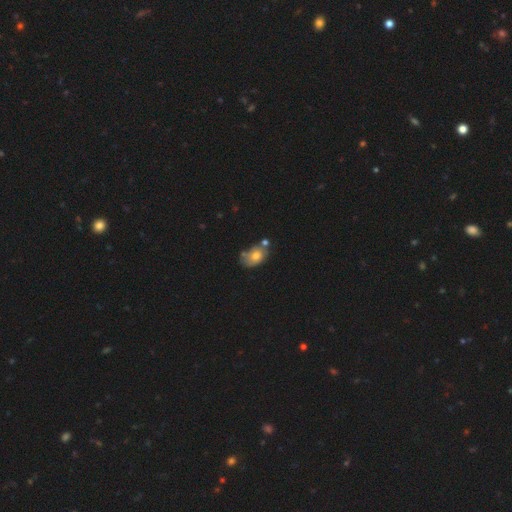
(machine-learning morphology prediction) smooth-or-featured: smooth: 68% | featured or disk: 23% | star or artifact: 9%
  how-rounded: in between: 80% | round: 18% | cigar-shaped: 1%
  merging: none: 49% | minor disturbance: 25% | merger: 19% | major disturbance: 7%